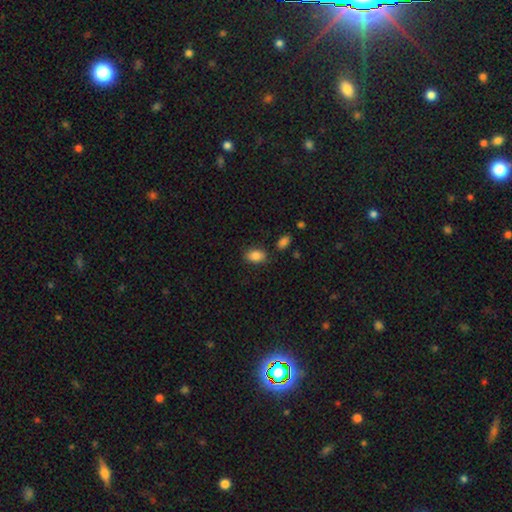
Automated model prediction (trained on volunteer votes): Q: Smooth or featured?
A: smooth (86%); runner-up: star or artifact (8%)
Q: How rounded?
A: in between (85%); runner-up: round (14%)
Q: Merging?
A: none (81%); runner-up: minor disturbance (13%)